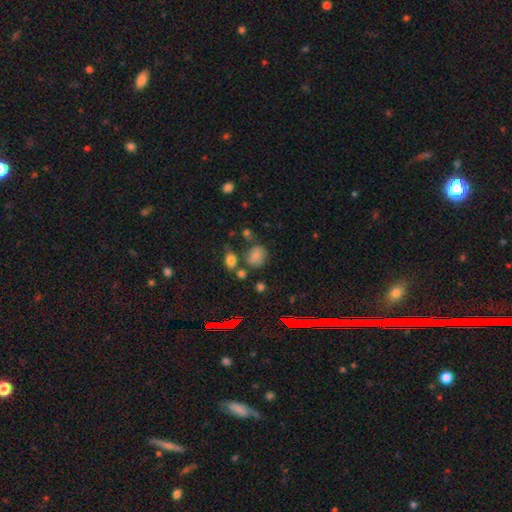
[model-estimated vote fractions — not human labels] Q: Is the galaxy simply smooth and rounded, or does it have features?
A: smooth — 76%.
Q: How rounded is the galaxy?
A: round — 59%.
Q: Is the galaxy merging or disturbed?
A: none — 61%.